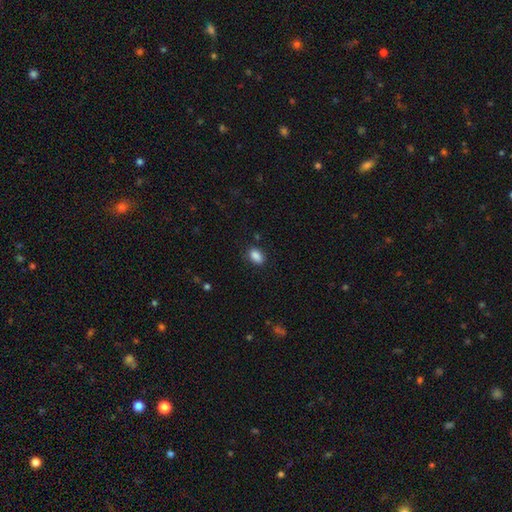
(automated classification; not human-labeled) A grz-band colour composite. It shows a smooth galaxy with no disk features (88%) that is in between round and cigar-shaped (88%). Merging: none (83%).